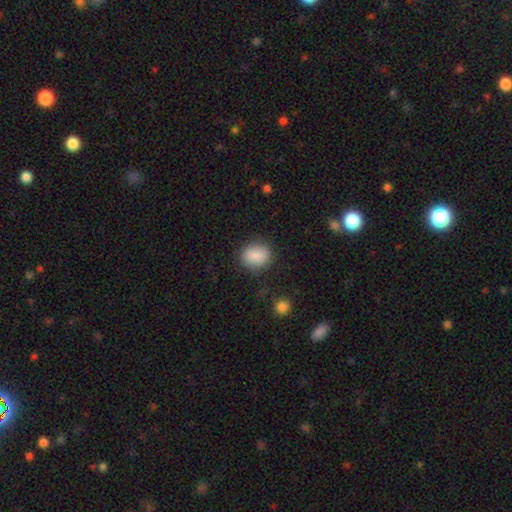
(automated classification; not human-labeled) Smooth or featured?
  - smooth: 87% *
  - star or artifact: 8%
  - featured or disk: 5%
How rounded?
  - round: 51% *
  - in between: 48%
  - cigar-shaped: 1%
Merging?
  - none: 81% *
  - minor disturbance: 13%
  - major disturbance: 5%
  - merger: 2%